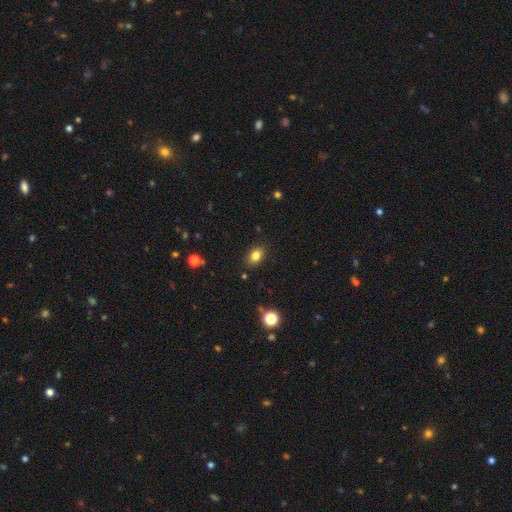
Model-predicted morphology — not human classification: Smooth or featured?
  - smooth: 82% *
  - star or artifact: 11%
  - featured or disk: 7%
How rounded?
  - in between: 74% *
  - round: 25%
  - cigar-shaped: 1%
Merging?
  - none: 86% *
  - minor disturbance: 10%
  - major disturbance: 2%
  - merger: 1%